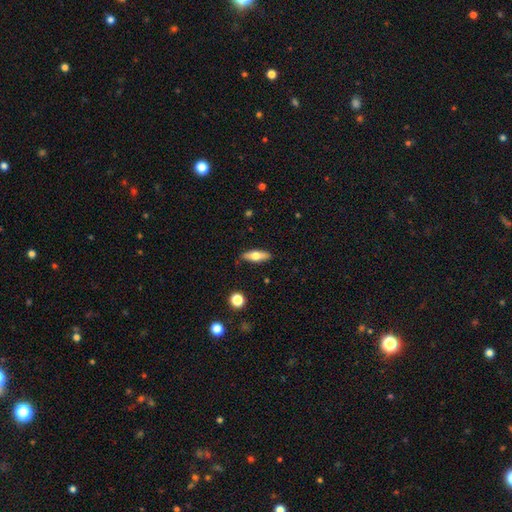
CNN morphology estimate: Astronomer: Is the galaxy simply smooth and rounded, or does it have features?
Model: smooth — 62%.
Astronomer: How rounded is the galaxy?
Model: in between — 56% (runner-up: cigar-shaped, 41%).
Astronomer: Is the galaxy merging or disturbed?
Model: none — 84%.